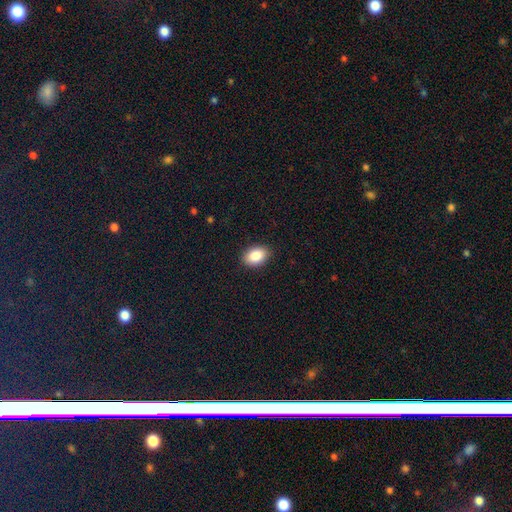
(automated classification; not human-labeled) Smooth or featured?
  - smooth: 88% *
  - star or artifact: 7%
  - featured or disk: 4%
How rounded?
  - in between: 86% *
  - round: 13%
  - cigar-shaped: 1%
Merging?
  - none: 88% *
  - minor disturbance: 9%
  - major disturbance: 2%
  - merger: 1%